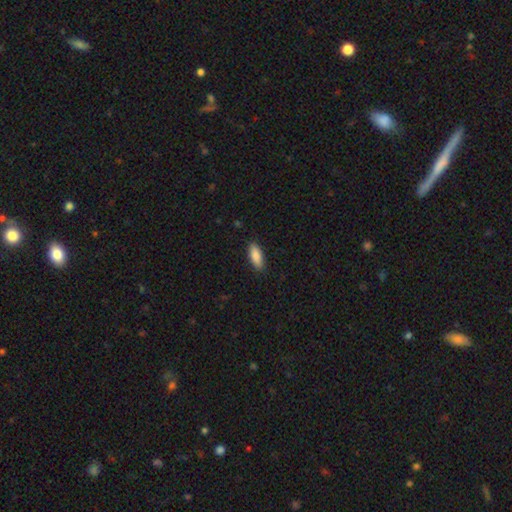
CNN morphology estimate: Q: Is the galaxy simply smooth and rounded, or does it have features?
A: smooth — 88%.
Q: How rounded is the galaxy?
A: in between — 75%.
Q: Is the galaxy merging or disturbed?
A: none — 88%.